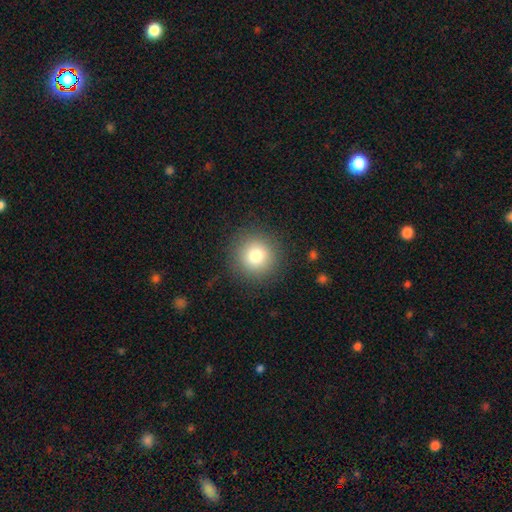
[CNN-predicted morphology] Smooth or featured? smooth (79%)
How rounded? round (94%)
Merging? none (89%)